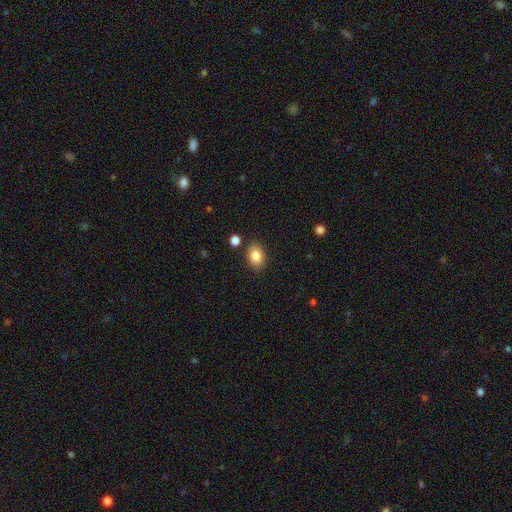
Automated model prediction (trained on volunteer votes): Smooth or featured: smooth — 84% (star or artifact — 9%)
How rounded: in between — 71% (round — 28%)
Merging: none — 84% (minor disturbance — 9%)